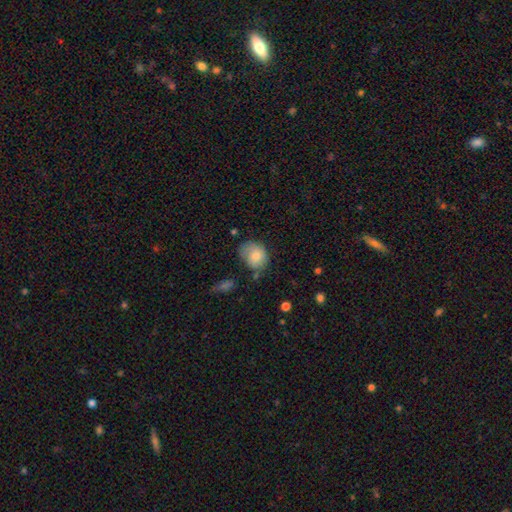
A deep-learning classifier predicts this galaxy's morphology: The model was most divided on "how rounded": round: 52%, in between: 47%, cigar-shaped: 1%. Remaining: smooth or featured — smooth (79%); merging — none (50%).